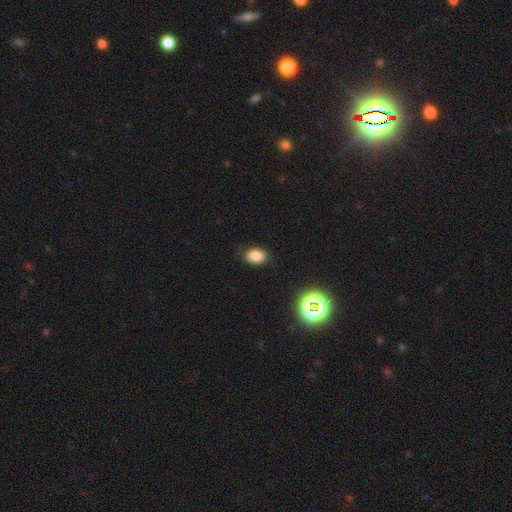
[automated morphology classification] type=smooth (82%); roundness=in between (85%); merging=none (86%).